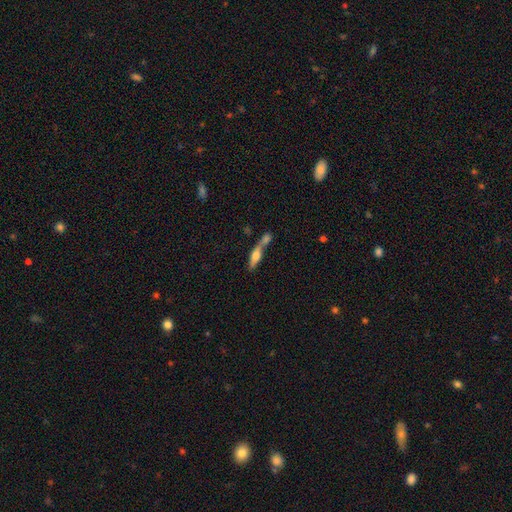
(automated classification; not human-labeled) This appears to be a smooth galaxy with no disk features (47%). Merging: merger (52%).